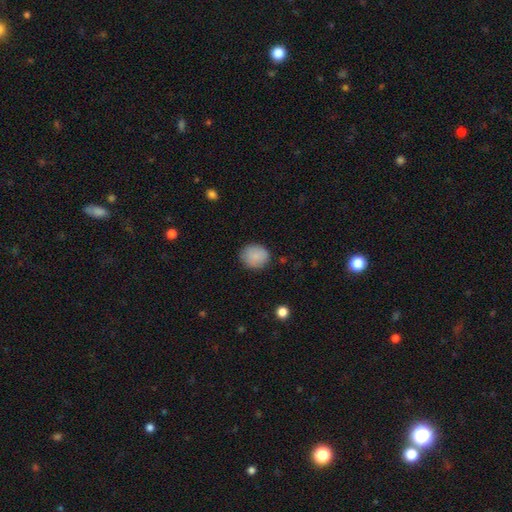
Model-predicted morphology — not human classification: This is clearly a smooth galaxy (87%). How rounded: likely round (75%). Merging: clearly none (85%).